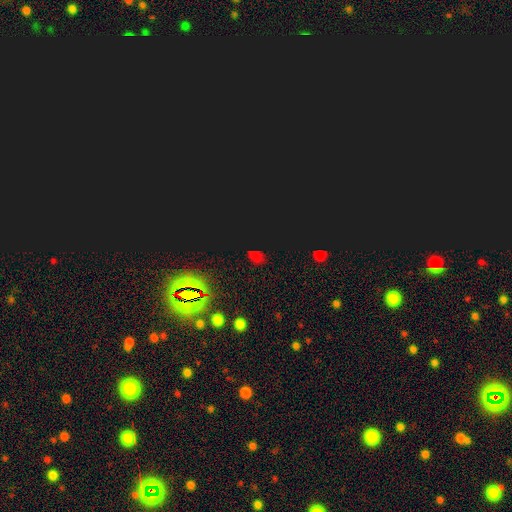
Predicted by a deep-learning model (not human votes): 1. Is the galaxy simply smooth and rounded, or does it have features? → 72% star or artifact, 22% smooth, 6% featured or disk.